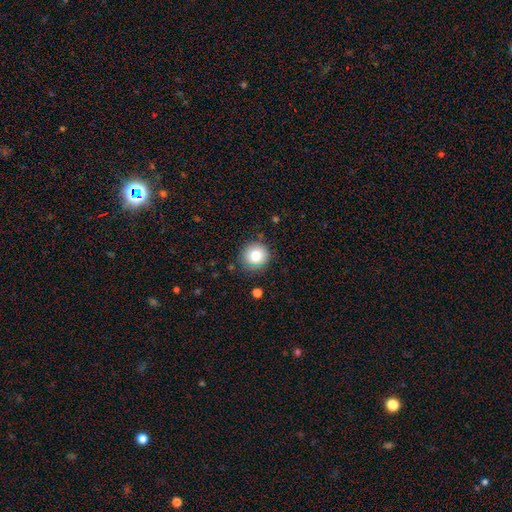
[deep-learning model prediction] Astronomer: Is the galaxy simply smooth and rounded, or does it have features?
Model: smooth — 82%.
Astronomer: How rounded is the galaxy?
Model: round — 93%.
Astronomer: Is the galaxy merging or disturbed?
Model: none — 84%.